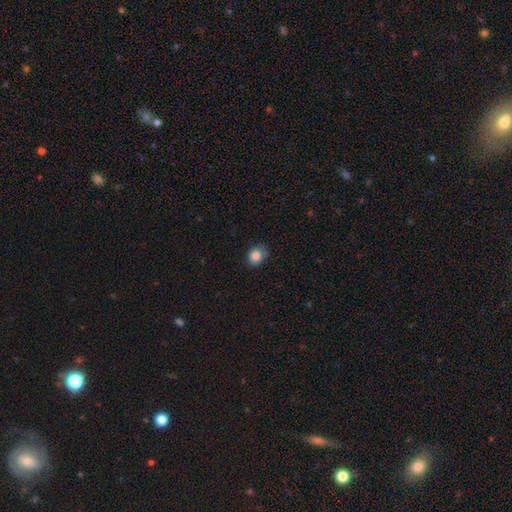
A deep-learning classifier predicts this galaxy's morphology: This appears to be a smooth galaxy with no disk features (84%) that is round (57%). Merging: none (68%).